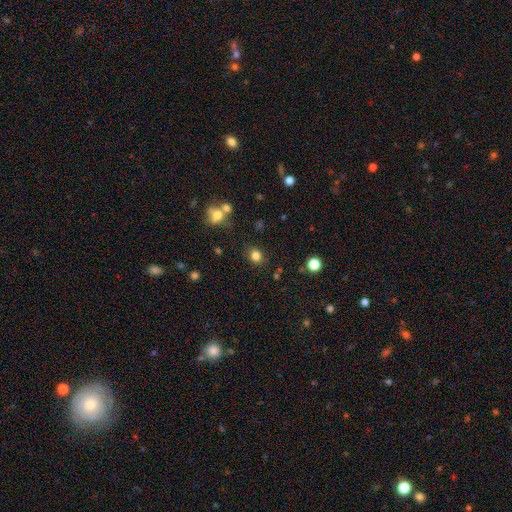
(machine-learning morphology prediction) A smooth galaxy with no disk features (81%) that is round (62%).

Vote fractions:
- Smooth or featured? smooth: 81% / star or artifact: 13% / featured or disk: 6%
- How rounded? round: 62% / in between: 37% / cigar-shaped: 1%
- Merging? none: 83% / minor disturbance: 10% / merger: 3% / major disturbance: 3%